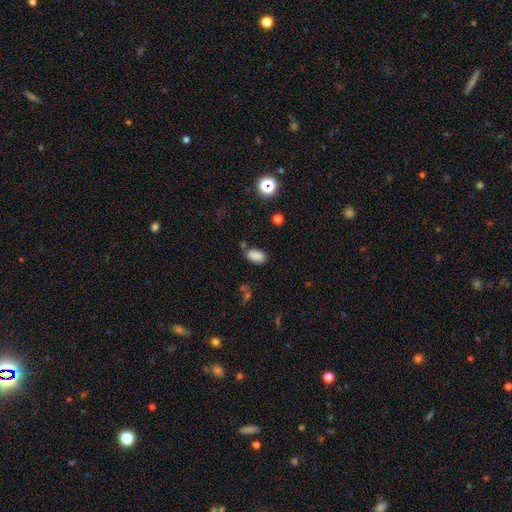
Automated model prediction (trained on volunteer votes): smooth_or_featured: smooth (p=0.85) [alt: star or artifact p=0.11]
how_rounded: in between (p=0.93) [alt: round p=0.05]
merging: none (p=0.73) [alt: minor disturbance p=0.16]